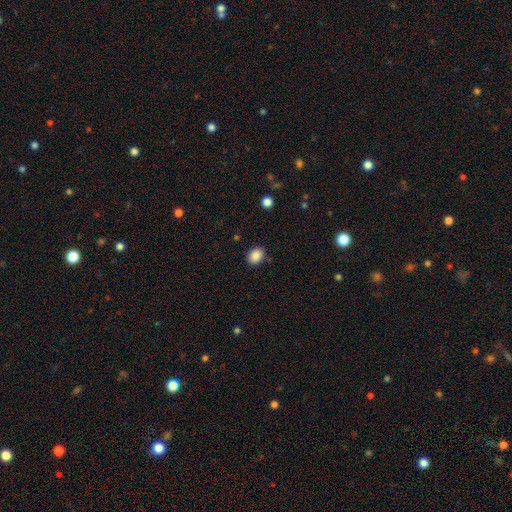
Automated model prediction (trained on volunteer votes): smooth_or_featured: smooth (p=0.88) [alt: star or artifact p=0.09]
how_rounded: in between (p=0.54) [alt: round p=0.45]
merging: none (p=0.86) [alt: minor disturbance p=0.09]